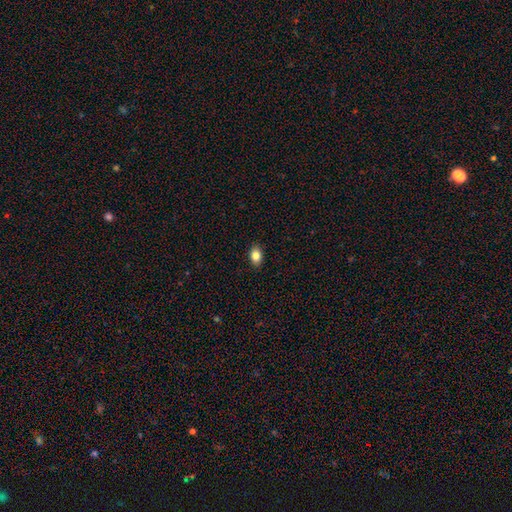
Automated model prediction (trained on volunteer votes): The model was most divided on "how rounded": in between: 82%, round: 16%, cigar-shaped: 2%. More confident: merging — none (89%); smooth or featured — smooth (84%).